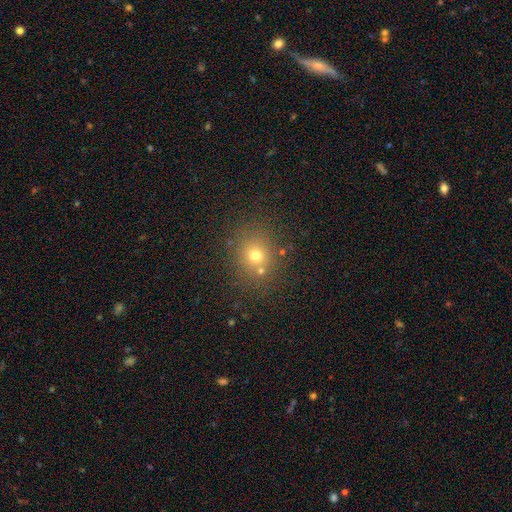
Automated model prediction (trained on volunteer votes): Q: Smooth or featured?
A: smooth (67%); runner-up: star or artifact (21%)
Q: How rounded?
A: round (78%); runner-up: in between (21%)
Q: Merging?
A: none (76%); runner-up: merger (10%)